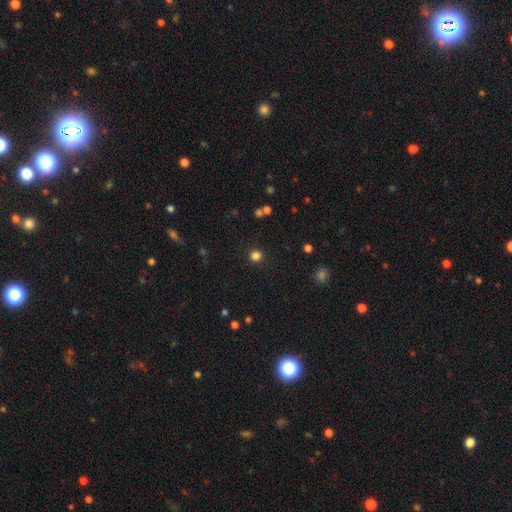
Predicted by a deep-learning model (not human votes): Morphology: type=smooth (81%); roundness=round (93%); merging=none (91%).